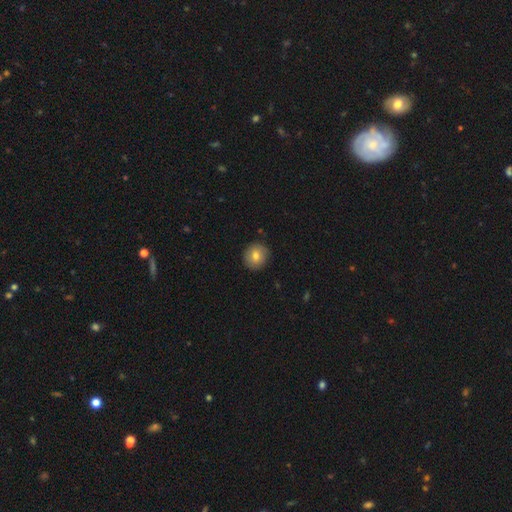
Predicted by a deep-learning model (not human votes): smooth_or_featured: smooth (p=0.79) [alt: featured or disk p=0.13]
how_rounded: round (p=0.84) [alt: in between p=0.15]
merging: none (p=0.90) [alt: minor disturbance p=0.08]